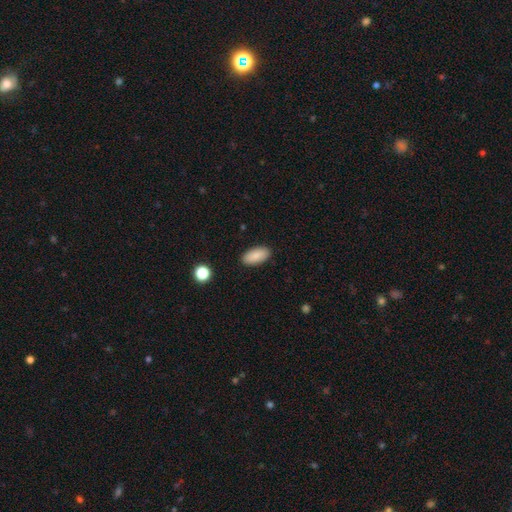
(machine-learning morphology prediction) Smooth or featured?
  - smooth: 86% *
  - featured or disk: 7%
  - star or artifact: 7%
How rounded?
  - in between: 93% *
  - cigar-shaped: 5%
  - round: 2%
Merging?
  - none: 89% *
  - minor disturbance: 8%
  - major disturbance: 2%
  - merger: 1%